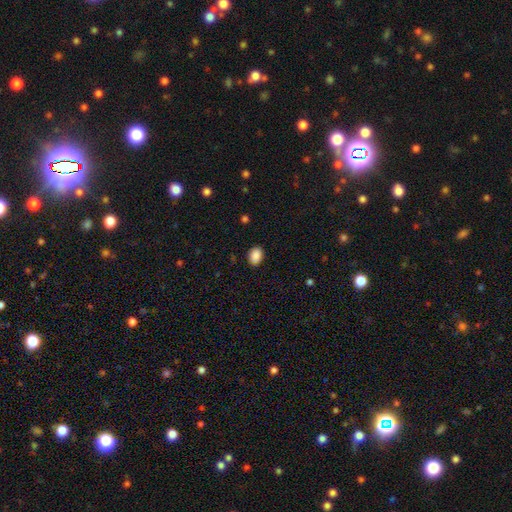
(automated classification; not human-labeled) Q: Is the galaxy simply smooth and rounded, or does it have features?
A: smooth — 88%.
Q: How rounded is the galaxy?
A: in between — 65%.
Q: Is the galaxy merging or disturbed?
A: none — 85%.